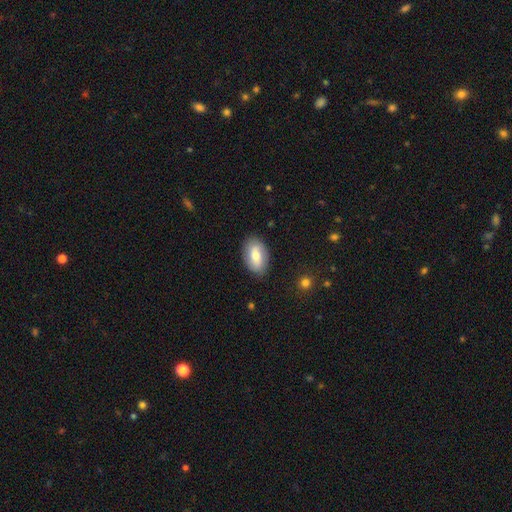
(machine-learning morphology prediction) Q: Smooth or featured?
A: smooth (72%); runner-up: featured or disk (22%)
Q: How rounded?
A: in between (91%); runner-up: round (7%)
Q: Merging?
A: none (85%); runner-up: minor disturbance (11%)